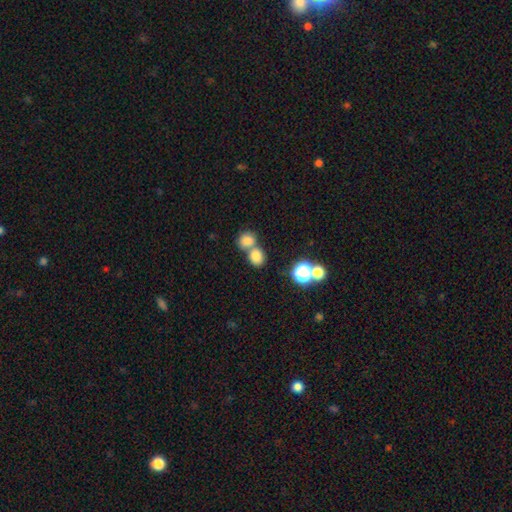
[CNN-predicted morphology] smooth-or-featured: smooth: 79% | star or artifact: 14% | featured or disk: 8%
  how-rounded: round: 68% | in between: 31% | cigar-shaped: 1%
  merging: merger: 47% | none: 43% | minor disturbance: 7% | major disturbance: 3%